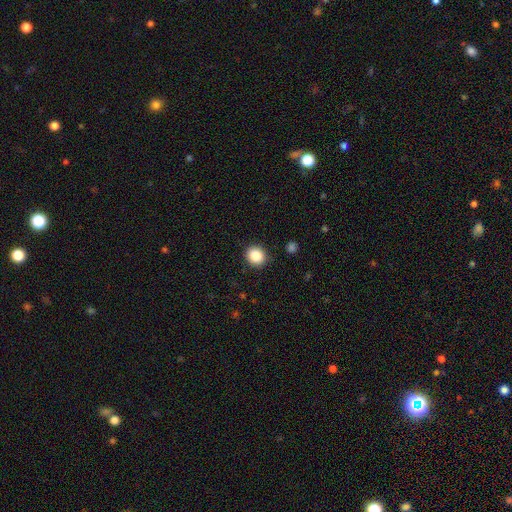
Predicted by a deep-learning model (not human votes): Morphology: type=smooth (87%); roundness=round (81%); merging=none (90%).